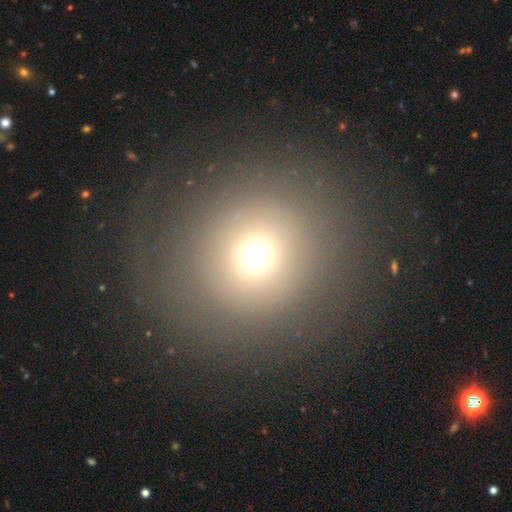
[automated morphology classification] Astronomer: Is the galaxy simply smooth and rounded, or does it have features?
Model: smooth — 66%.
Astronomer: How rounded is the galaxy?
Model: round — 91%.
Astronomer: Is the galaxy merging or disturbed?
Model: none — 79%.